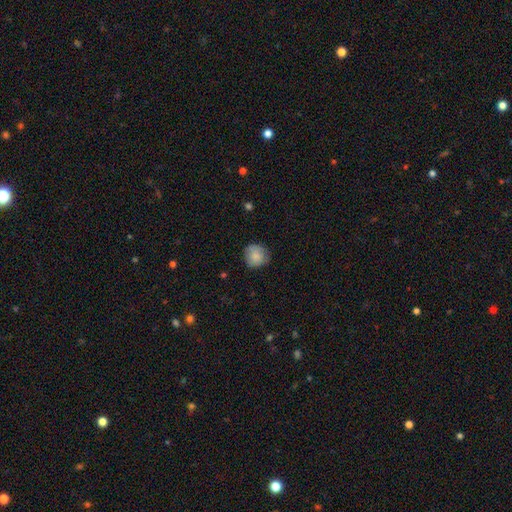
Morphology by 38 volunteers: A smooth galaxy with no disk features (87%) that is round (94%). Merging: none (67%).